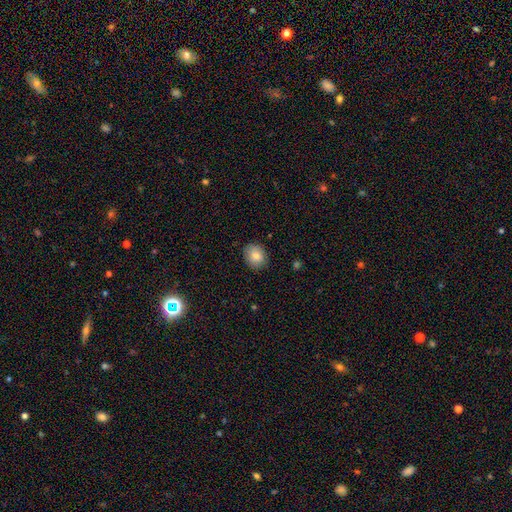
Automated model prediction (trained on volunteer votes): This appears to be a smooth galaxy with no disk features (83%) that is round (65%). Merging: none (85%).